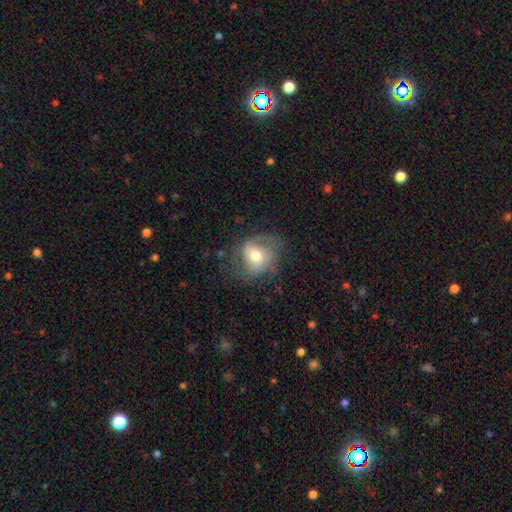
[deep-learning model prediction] smooth_or_featured: featured or disk (p=0.63) [alt: smooth p=0.29]
disk_edge_on: no (p=0.97) [alt: yes p=0.03]
bar: no (p=0.54) [alt: weak p=0.34]
has_spiral_arms: yes (p=0.86) [alt: no p=0.14]
spiral_winding: medium (p=0.44) [alt: loose p=0.28]
spiral_arm_count: 2 (p=0.57) [alt: 1 p=0.17]
bulge_size: moderate (p=0.70) [alt: small p=0.15]
merging: none (p=0.58) [alt: minor disturbance p=0.22]